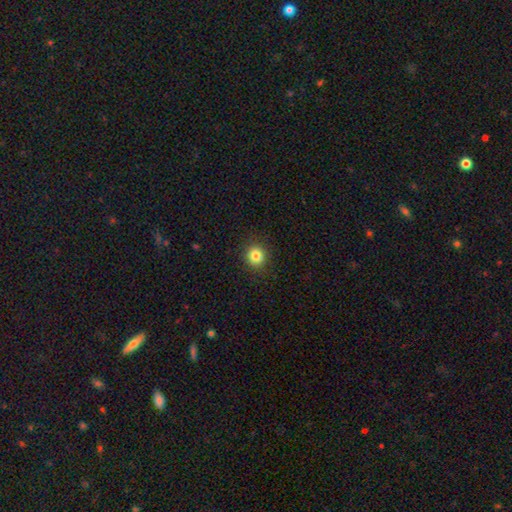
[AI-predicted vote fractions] Smooth or featured? smooth (83%)
How rounded? round (87%)
Merging? none (90%)